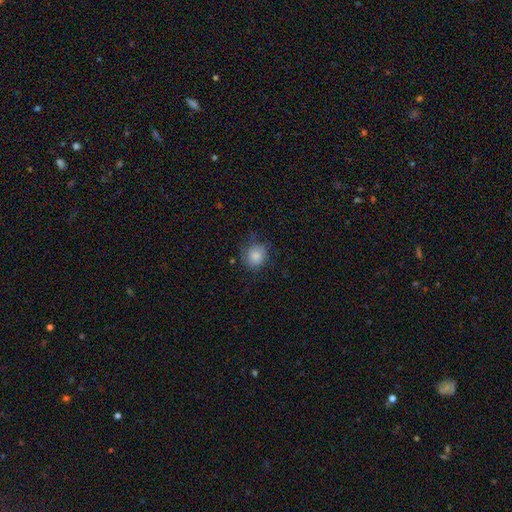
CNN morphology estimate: A smooth galaxy with no disk features (82%) that is round (82%). Merging: none (73%).